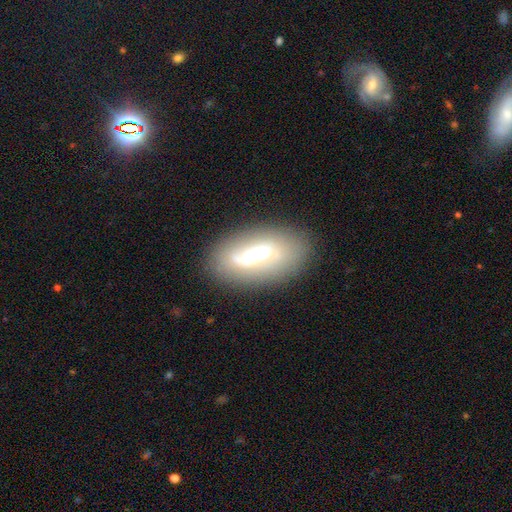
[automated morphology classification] A featured or disk galaxy (50%).

Vote fractions:
- Smooth or featured? featured or disk: 50% / smooth: 39% / star or artifact: 11%
- Edge-on disk? no: 69% / yes: 31%
- Merging? none: 75% / minor disturbance: 15% / major disturbance: 7% / merger: 3%